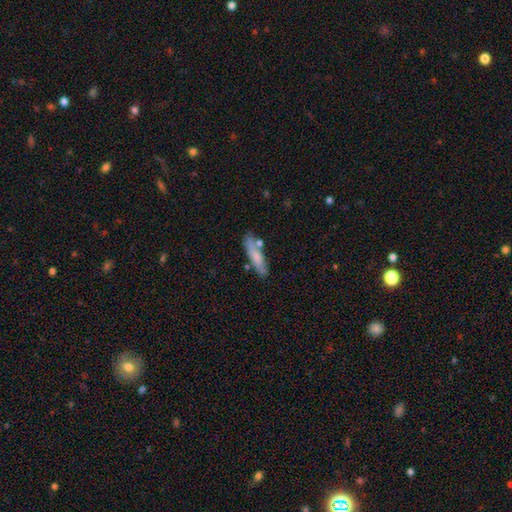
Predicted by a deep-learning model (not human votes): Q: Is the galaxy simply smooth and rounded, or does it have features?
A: smooth — 68%.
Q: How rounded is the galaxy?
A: cigar-shaped — 76%.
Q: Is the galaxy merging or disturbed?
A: none — 69%.